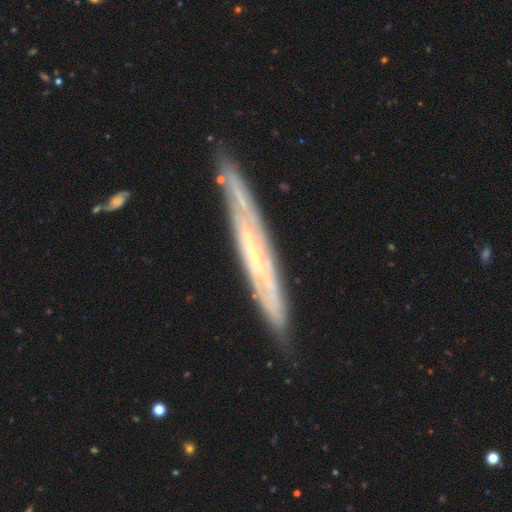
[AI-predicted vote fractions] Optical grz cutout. It shows a featured or disk galaxy (77%) viewed edge-on (69%) with no central bulge (70%). Merging: none (83%).